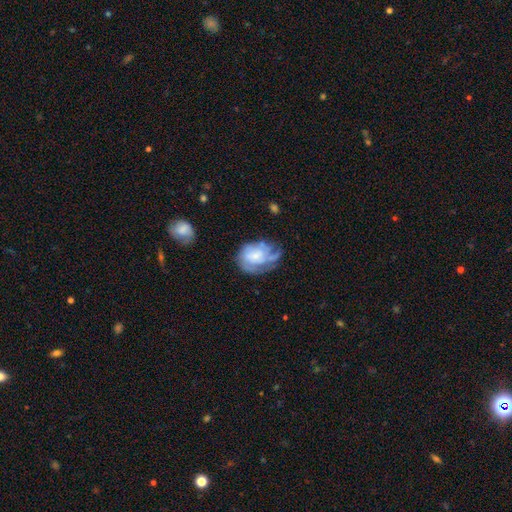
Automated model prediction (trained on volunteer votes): The model was most divided on "merging": none: 42%, minor disturbance: 27%, major disturbance: 27%, merger: 4%. Remaining: edge-on disk — no (97%); spiral arms — yes (80%); bar — no (71%); smooth or featured — featured or disk (64%); bulge size — small (46%).